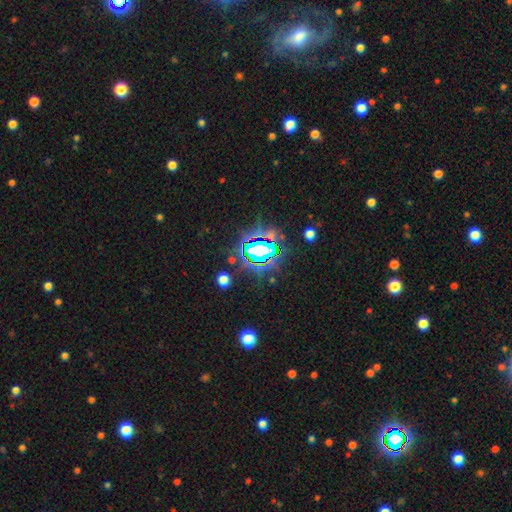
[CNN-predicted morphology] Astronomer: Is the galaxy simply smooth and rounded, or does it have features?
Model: star or artifact — 71%.